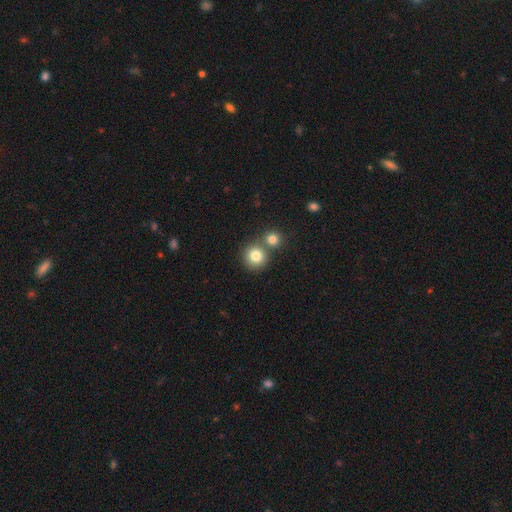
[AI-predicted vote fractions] smooth 81%, star or artifact 11%, featured or disk 8%. Down the decision tree: how rounded — round (91%); merging — none (59%).